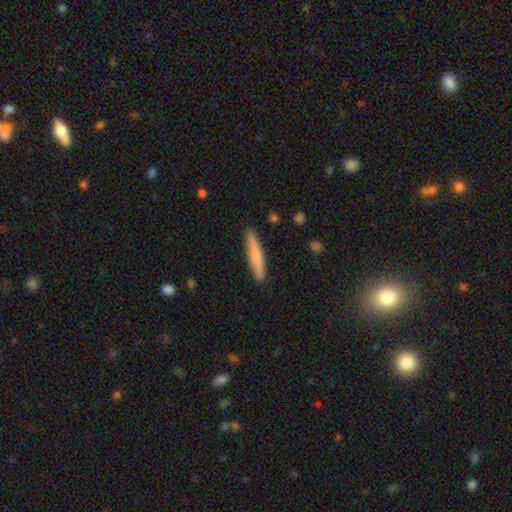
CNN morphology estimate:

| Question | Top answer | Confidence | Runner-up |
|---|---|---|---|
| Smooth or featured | smooth | 73% | featured or disk (21%) |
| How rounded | cigar-shaped | 92% | in between (7%) |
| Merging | none | 89% | minor disturbance (8%) |